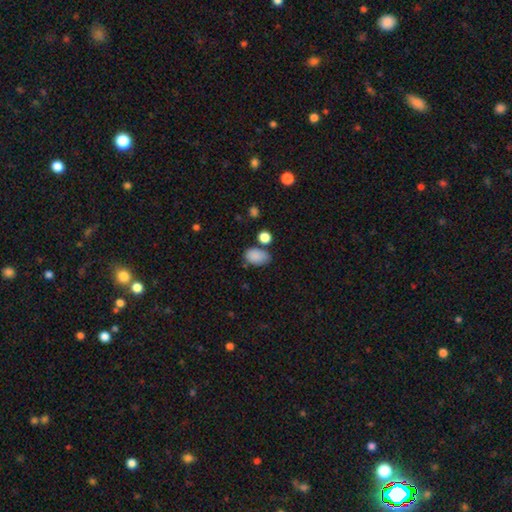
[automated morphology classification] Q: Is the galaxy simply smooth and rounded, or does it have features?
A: smooth — 86%.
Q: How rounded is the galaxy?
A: in between — 85%.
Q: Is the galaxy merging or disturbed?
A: none — 63%.